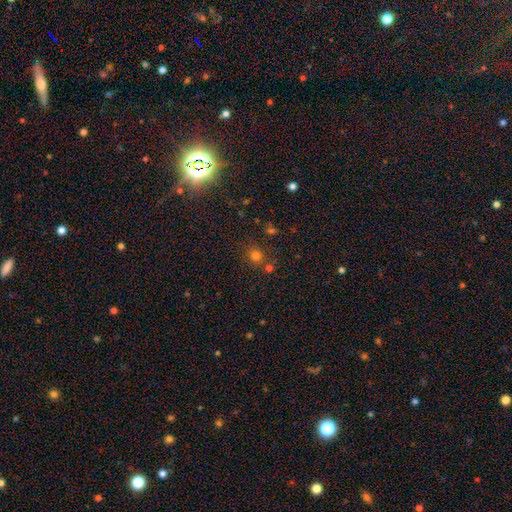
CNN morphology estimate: Q: Smooth or featured?
A: smooth (70%); runner-up: star or artifact (22%)
Q: How rounded?
A: round (85%); runner-up: in between (14%)
Q: Merging?
A: none (71%); runner-up: merger (14%)